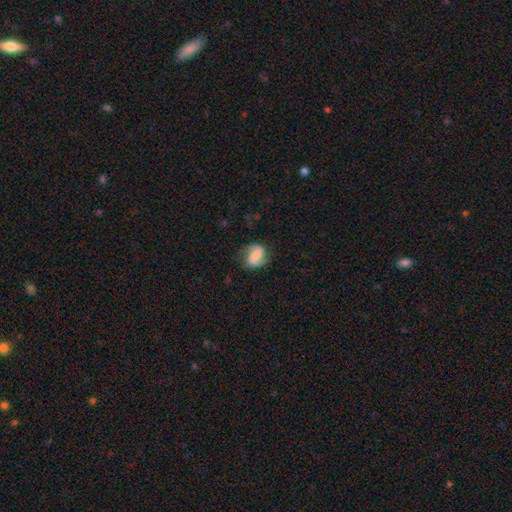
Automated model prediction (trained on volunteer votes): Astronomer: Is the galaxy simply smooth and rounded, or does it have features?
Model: featured or disk — 65%.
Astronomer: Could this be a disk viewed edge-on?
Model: no — 98%.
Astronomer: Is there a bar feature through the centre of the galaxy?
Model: weak — 40% (runner-up: no, 38%).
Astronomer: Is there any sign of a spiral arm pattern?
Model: yes — 93%.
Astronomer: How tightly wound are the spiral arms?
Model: medium — 43% (runner-up: loose, 39%).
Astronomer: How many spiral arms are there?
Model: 2 — 89%.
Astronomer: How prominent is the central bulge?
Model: small — 38% (runner-up: moderate, 34%).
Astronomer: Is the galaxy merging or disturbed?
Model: none — 72%.